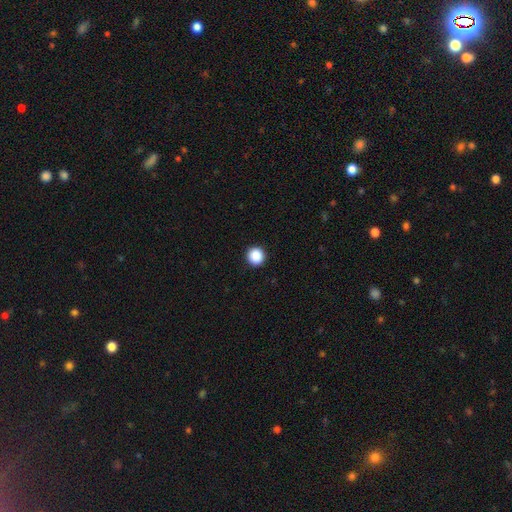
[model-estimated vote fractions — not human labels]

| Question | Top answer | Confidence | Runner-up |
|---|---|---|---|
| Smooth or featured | smooth | 89% | star or artifact (9%) |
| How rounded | round | 96% | in between (3%) |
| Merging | none | 93% | minor disturbance (4%) |